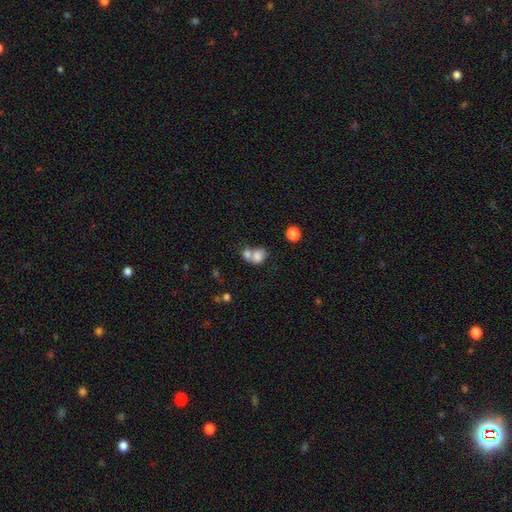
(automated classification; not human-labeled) Smooth or featured: smooth — 76% (featured or disk — 14%)
How rounded: in between — 56% (round — 43%)
Merging: merger — 64% (none — 23%)